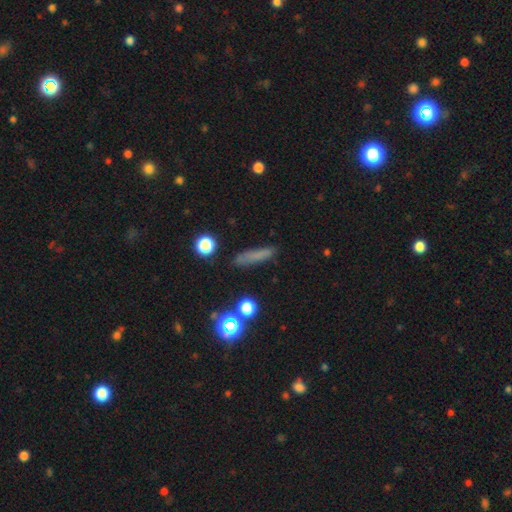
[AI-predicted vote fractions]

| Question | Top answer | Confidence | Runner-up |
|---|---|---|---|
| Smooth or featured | smooth | 70% | featured or disk (15%) |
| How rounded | cigar-shaped | 83% | in between (12%) |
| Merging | none | 82% | minor disturbance (12%) |